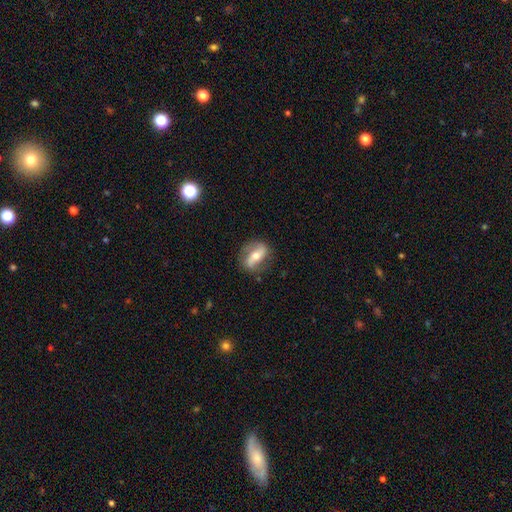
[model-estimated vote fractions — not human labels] Q: Smooth or featured?
A: featured or disk (68%); runner-up: smooth (25%)
Q: Edge-on disk?
A: no (88%); runner-up: yes (12%)
Q: Bar?
A: strong (49%); runner-up: no (26%)
Q: Spiral arms?
A: yes (78%); runner-up: no (22%)
Q: Bulge size?
A: moderate (68%); runner-up: small (24%)
Q: Merging?
A: none (78%); runner-up: minor disturbance (15%)